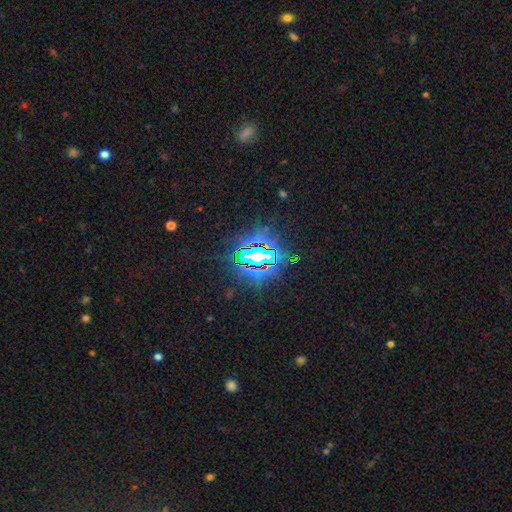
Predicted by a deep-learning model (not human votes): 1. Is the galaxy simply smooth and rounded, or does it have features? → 83% star or artifact, 9% smooth, 7% featured or disk.